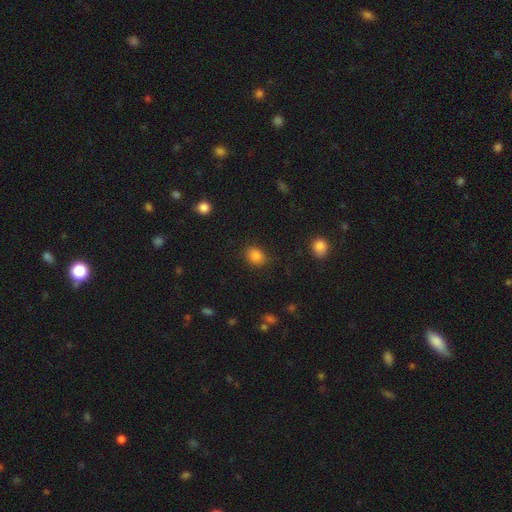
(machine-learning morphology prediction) type=smooth (85%); roundness=round (50%); merging=none (83%).